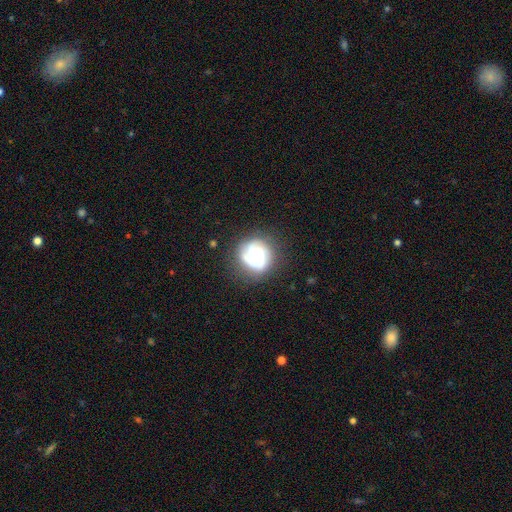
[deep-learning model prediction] featured or disk 66%, smooth 26%, star or artifact 8%. Down the decision tree: edge-on disk — no (98%); bar — no (73%); spiral arms — yes (91%); spiral arm count — 3 (38%); spiral winding — tight (56%); bulge size — moderate (39%); merging — none (72%).